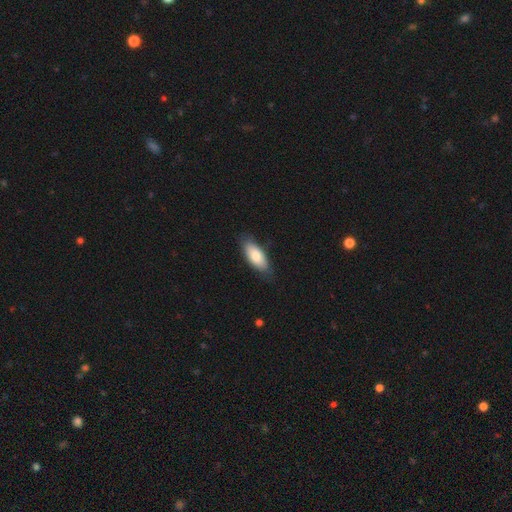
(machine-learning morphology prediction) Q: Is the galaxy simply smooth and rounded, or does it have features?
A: smooth — 79%.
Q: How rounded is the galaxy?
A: in between — 84%.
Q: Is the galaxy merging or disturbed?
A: none — 80%.